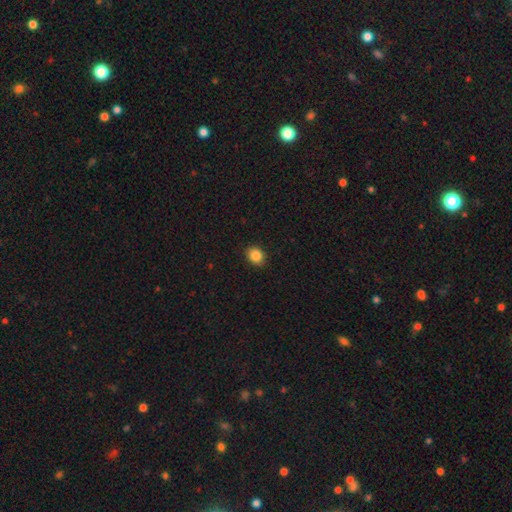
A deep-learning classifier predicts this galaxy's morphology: The model was most divided on "how rounded": round: 56%, in between: 43%, cigar-shaped: 1%. More confident: merging — none (90%); smooth or featured — smooth (87%).